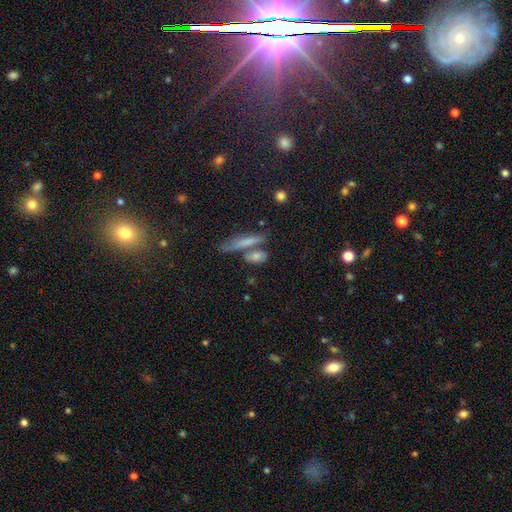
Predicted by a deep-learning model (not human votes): The model was most divided on "how rounded": cigar-shaped: 60%, in between: 31%, round: 9%. More confident: smooth or featured — smooth (63%); merging — none (57%).